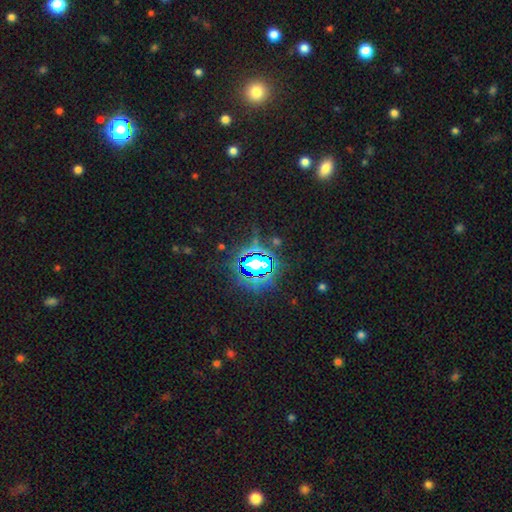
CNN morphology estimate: Smooth or featured? Predicted: star or artifact (p=0.81).